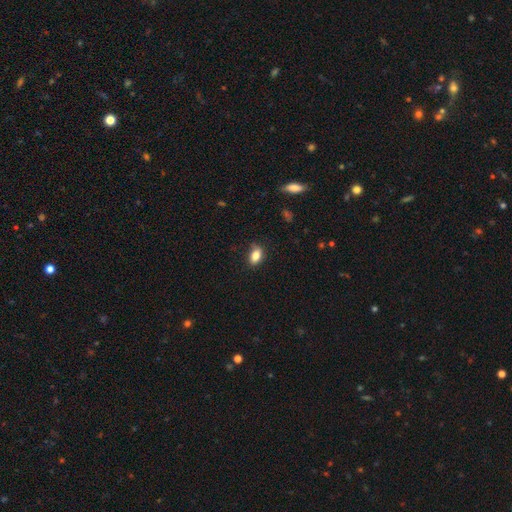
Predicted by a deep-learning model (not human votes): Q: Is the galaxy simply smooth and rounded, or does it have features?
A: smooth — 85%.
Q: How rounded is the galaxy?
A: in between — 86%.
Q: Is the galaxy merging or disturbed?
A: none — 76%.